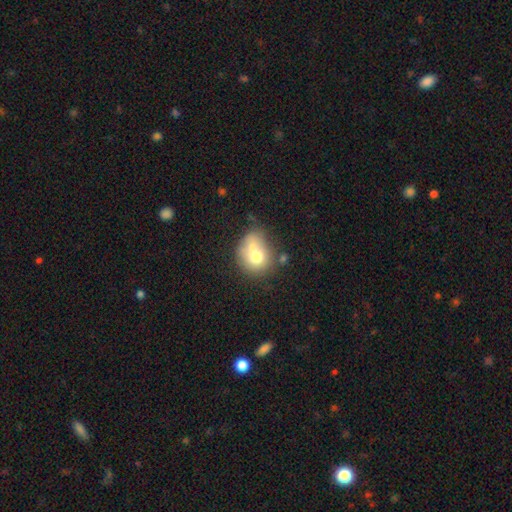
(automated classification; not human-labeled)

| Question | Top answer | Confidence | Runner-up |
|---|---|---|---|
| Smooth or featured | smooth | 66% | featured or disk (24%) |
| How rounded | round | 66% | in between (33%) |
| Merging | merger | 48% | none (32%) |